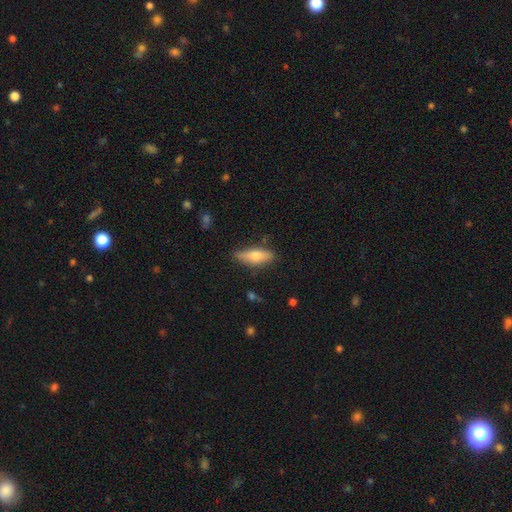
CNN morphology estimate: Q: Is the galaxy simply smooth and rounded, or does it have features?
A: smooth — 60%.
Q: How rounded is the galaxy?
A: in between — 52%.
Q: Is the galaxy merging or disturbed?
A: none — 80%.